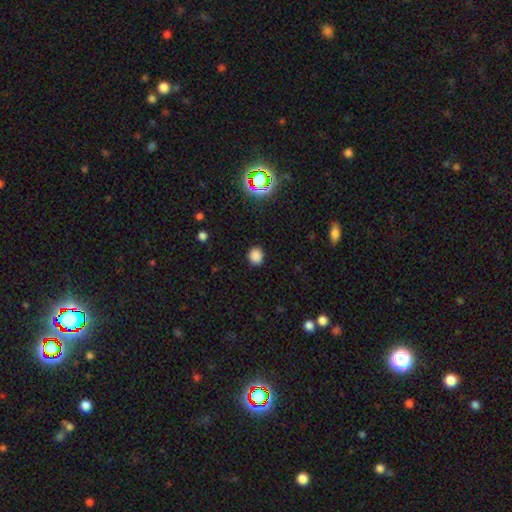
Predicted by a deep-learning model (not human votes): smooth_or_featured: smooth (p=0.83) [alt: star or artifact p=0.14]
how_rounded: round (p=0.75) [alt: in between p=0.24]
merging: none (p=0.90) [alt: minor disturbance p=0.07]